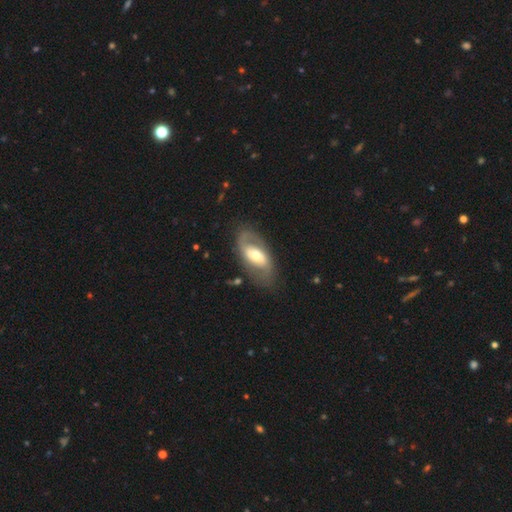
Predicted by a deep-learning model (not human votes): Smooth or featured? Predicted: featured or disk (p=0.70). Edge-on disk? Predicted: no (p=0.94). Bar? Predicted: no (p=0.37). Spiral arms? Predicted: yes (p=0.77). Spiral winding? Predicted: medium (p=0.41). Spiral arm count? Predicted: 2 (p=0.79). Bulge size? Predicted: moderate (p=0.63). Merging? Predicted: none (p=0.69).